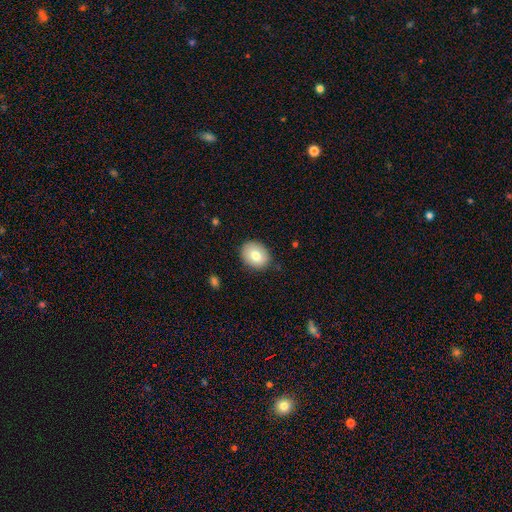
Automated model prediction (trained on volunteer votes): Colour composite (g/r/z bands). It shows a smooth galaxy with no disk features (78%) that is round (53%). Merging: none (86%).